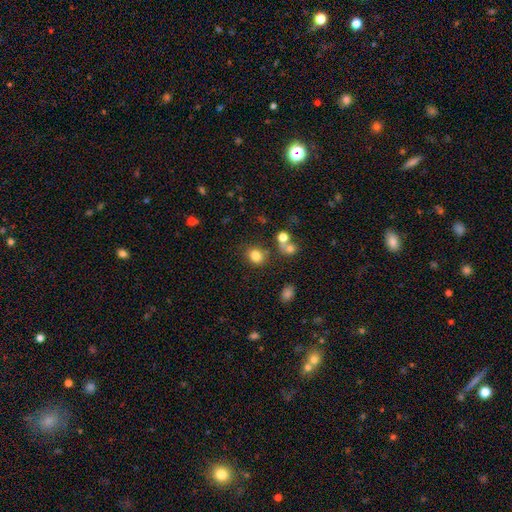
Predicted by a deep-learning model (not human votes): Smooth or featured: smooth — 81% (star or artifact — 12%)
How rounded: round — 55% (in between — 44%)
Merging: none — 69% (minor disturbance — 15%)